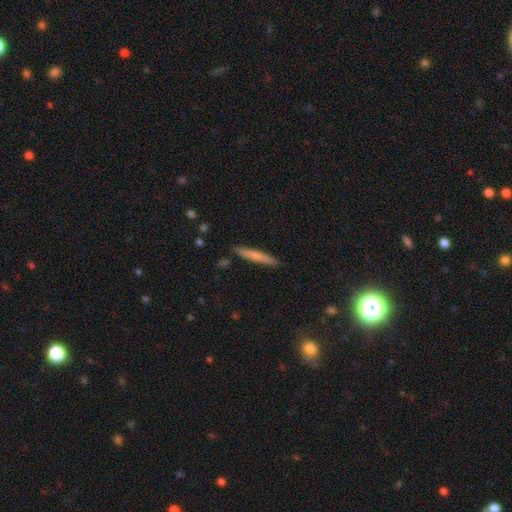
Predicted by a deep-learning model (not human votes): smooth 66%, featured or disk 29%, star or artifact 6%. Down the decision tree: how rounded — cigar-shaped (95%); merging — none (89%).